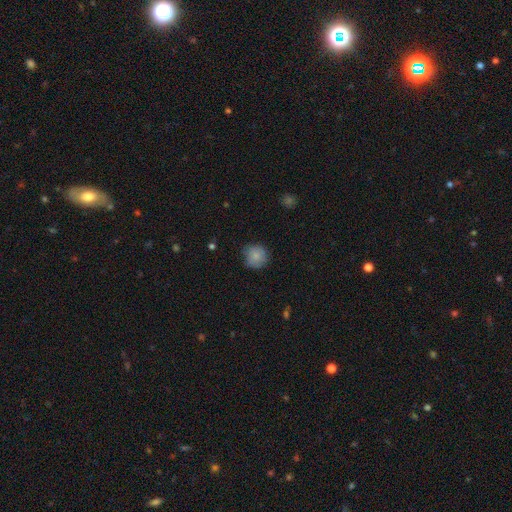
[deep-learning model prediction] smooth_or_featured: smooth (p=0.83) [alt: featured or disk p=0.09]
how_rounded: round (p=0.90) [alt: in between p=0.09]
merging: none (p=0.75) [alt: minor disturbance p=0.20]